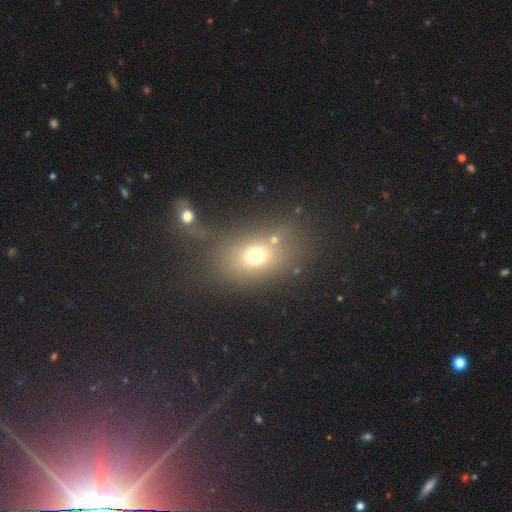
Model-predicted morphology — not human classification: smooth_or_featured: smooth (p=0.69) [alt: star or artifact p=0.16]
how_rounded: in between (p=0.61) [alt: round p=0.37]
merging: none (p=0.56) [alt: merger p=0.17]